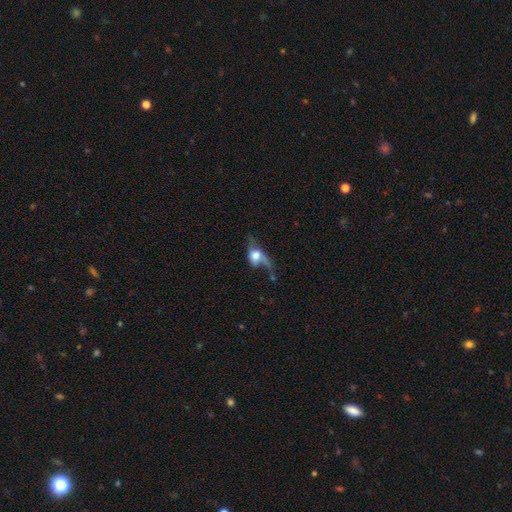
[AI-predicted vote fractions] Smooth or featured: featured or disk — 49% (smooth — 41%)
Merging: major disturbance — 44% (none — 28%)